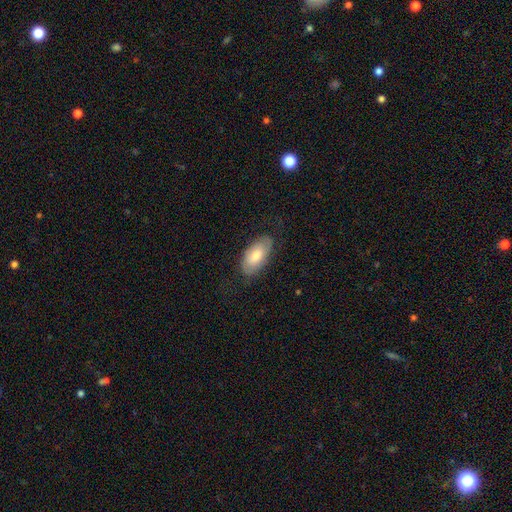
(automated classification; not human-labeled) Q: Smooth or featured?
A: smooth (66%); runner-up: featured or disk (28%)
Q: How rounded?
A: in between (94%); runner-up: cigar-shaped (4%)
Q: Merging?
A: none (74%); runner-up: minor disturbance (19%)